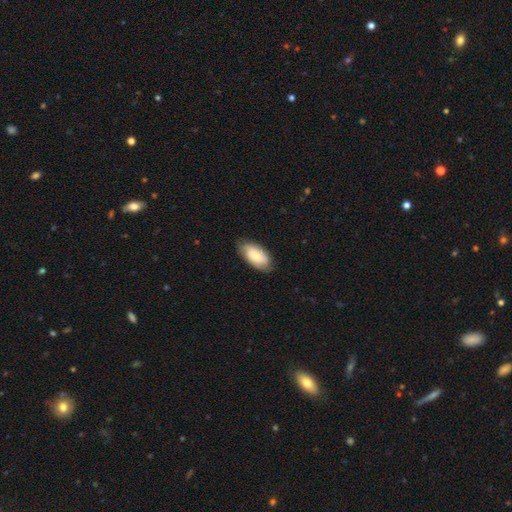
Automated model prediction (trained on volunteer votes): Smooth or featured?
  - smooth: 71% *
  - featured or disk: 23%
  - star or artifact: 6%
How rounded?
  - in between: 94% *
  - cigar-shaped: 3%
  - round: 3%
Merging?
  - none: 74% *
  - minor disturbance: 21%
  - major disturbance: 4%
  - merger: 1%